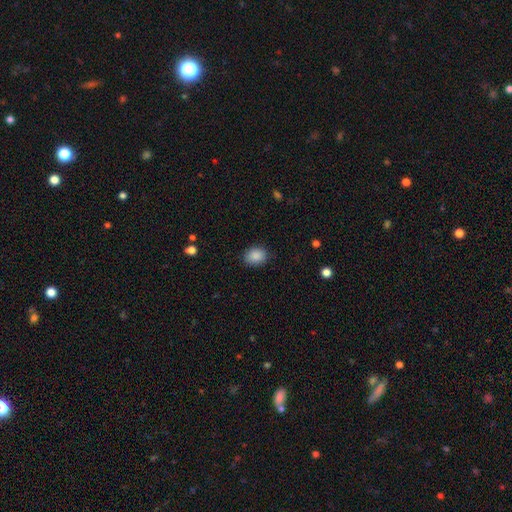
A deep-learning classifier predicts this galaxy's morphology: A smooth galaxy with no disk features (88%) that is in between round and cigar-shaped (57%). Merging: none (87%).